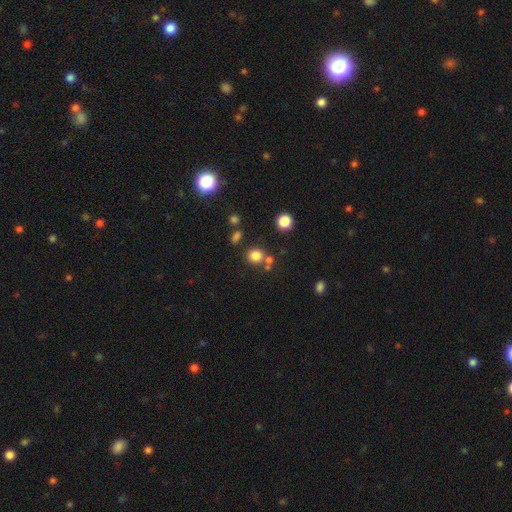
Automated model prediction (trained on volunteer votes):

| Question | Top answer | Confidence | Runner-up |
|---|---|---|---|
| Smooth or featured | smooth | 78% | star or artifact (15%) |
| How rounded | round | 83% | in between (16%) |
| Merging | none | 70% | merger (18%) |